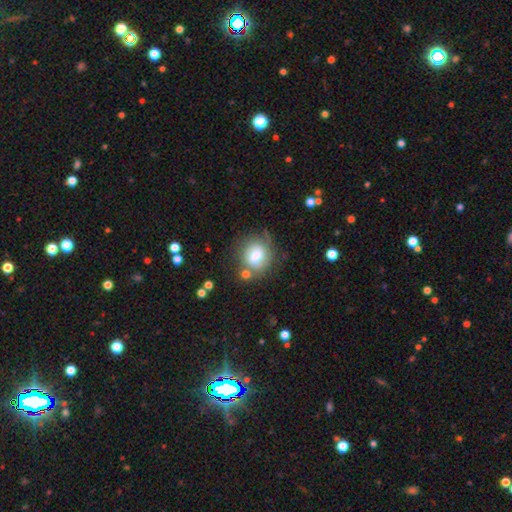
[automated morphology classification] A smooth galaxy with no disk features (60%) that is round (66%).

Vote fractions:
- Smooth or featured? smooth: 60% / featured or disk: 31% / star or artifact: 9%
- How rounded? round: 66% / in between: 33% / cigar-shaped: 1%
- Merging? none: 58% / minor disturbance: 20% / merger: 13% / major disturbance: 9%